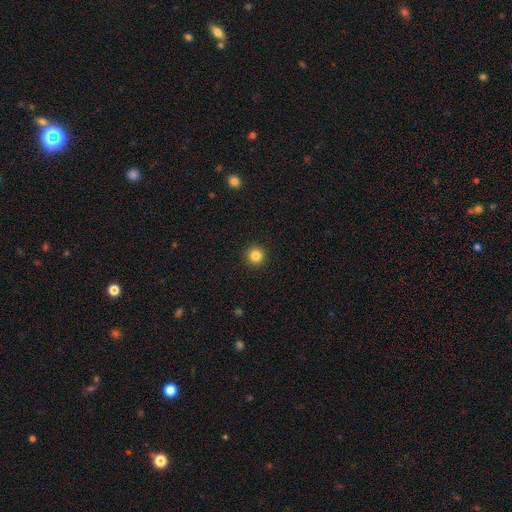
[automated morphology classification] Smooth or featured? Predicted: smooth (p=0.84). How rounded? Predicted: round (p=0.96). Merging? Predicted: none (p=0.93).